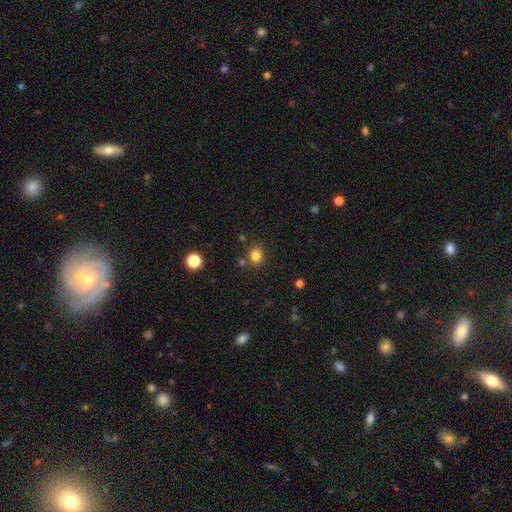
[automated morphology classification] Smooth or featured: smooth — 80% (star or artifact — 14%)
How rounded: round — 84% (in between — 15%)
Merging: none — 82% (minor disturbance — 9%)